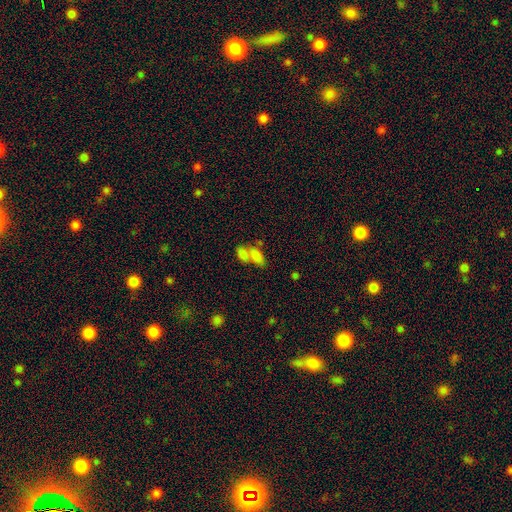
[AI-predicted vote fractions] Overall: smooth (79%). How rounded: in between (88%). Merging: merger (65%).